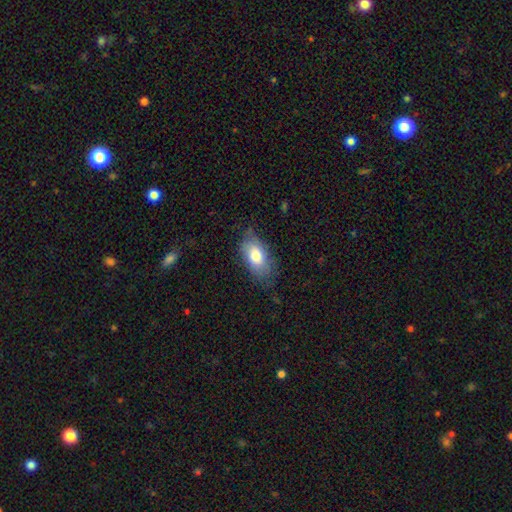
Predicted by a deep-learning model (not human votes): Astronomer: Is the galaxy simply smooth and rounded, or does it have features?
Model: smooth — 75%.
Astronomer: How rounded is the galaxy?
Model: in between — 91%.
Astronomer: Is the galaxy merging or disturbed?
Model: none — 66%.